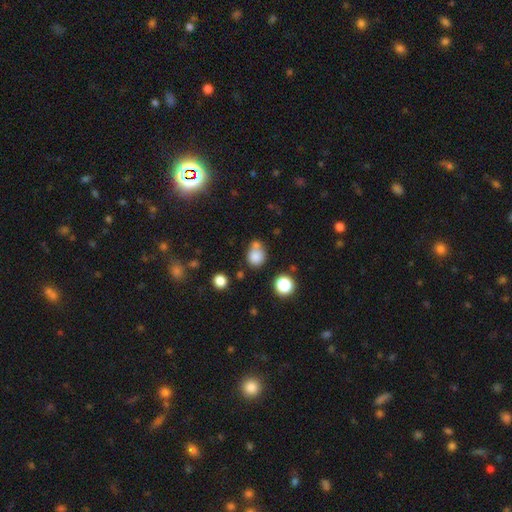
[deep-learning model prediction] smooth 79%, star or artifact 13%, featured or disk 8%. Down the decision tree: how rounded — round (71%); merging — none (48%).